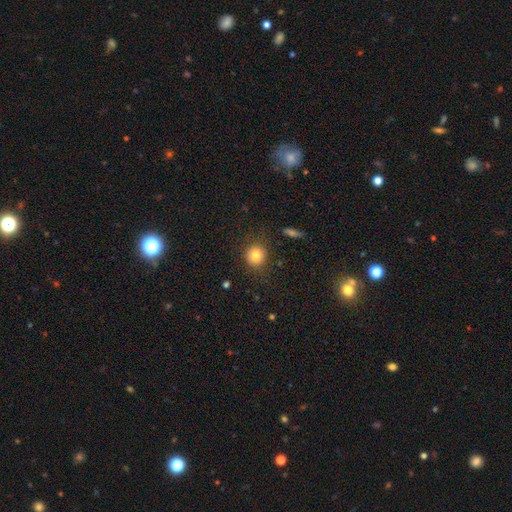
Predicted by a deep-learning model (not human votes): Smooth or featured? smooth (80%)
How rounded? round (87%)
Merging? none (84%)